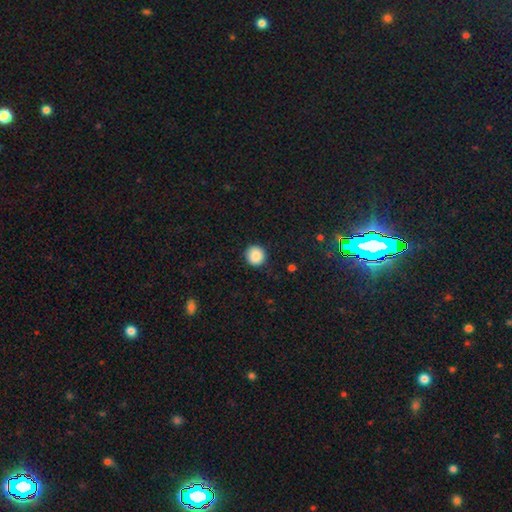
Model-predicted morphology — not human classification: This is clearly a smooth galaxy (88%). How rounded: clearly round (93%). Merging: clearly none (90%).